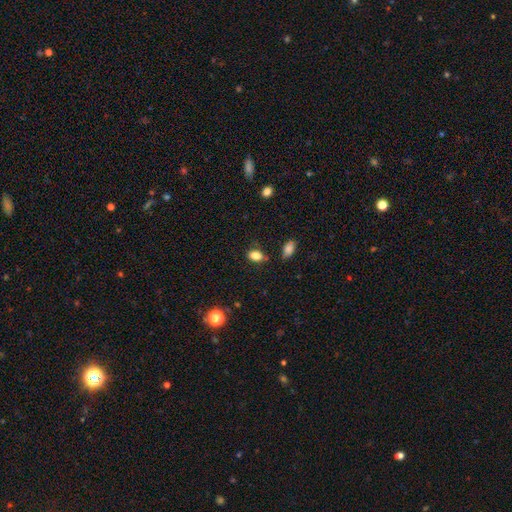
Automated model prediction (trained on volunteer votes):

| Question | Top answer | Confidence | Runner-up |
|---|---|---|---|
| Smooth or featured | smooth | 83% | star or artifact (10%) |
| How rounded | in between | 84% | round (13%) |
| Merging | none | 69% | minor disturbance (21%) |